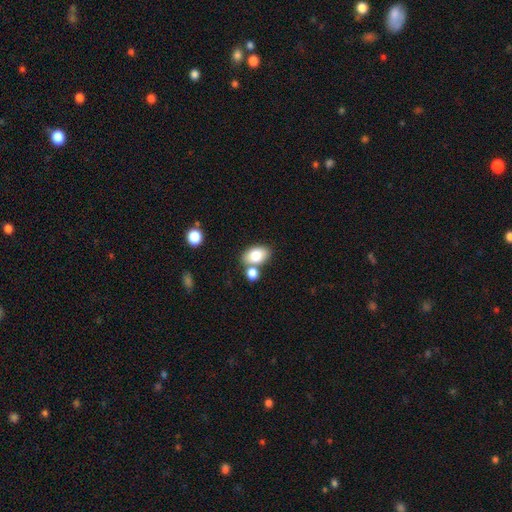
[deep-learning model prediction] smooth_or_featured: smooth (p=0.80) [alt: featured or disk p=0.13]
how_rounded: in between (p=0.87) [alt: round p=0.12]
merging: none (p=0.59) [alt: merger p=0.26]